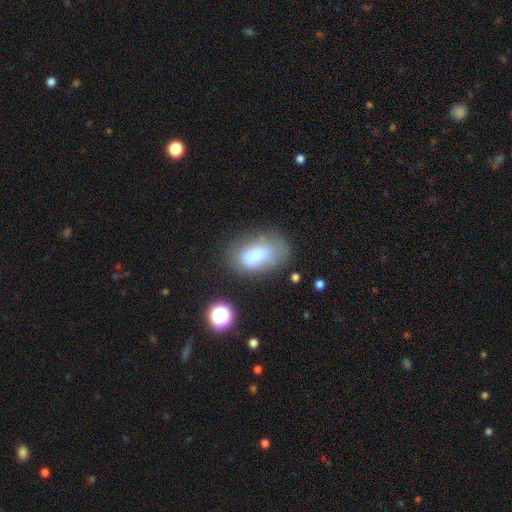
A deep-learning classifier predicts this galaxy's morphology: Smooth or featured? Predicted: smooth (p=0.76). How rounded? Predicted: in between (p=0.88). Merging? Predicted: none (p=0.58).